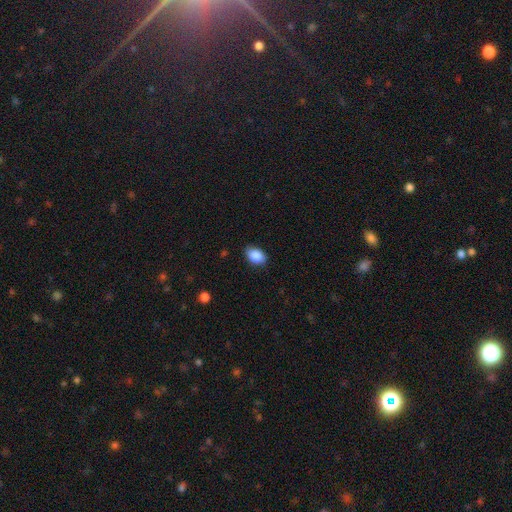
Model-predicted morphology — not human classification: A smooth galaxy with no disk features (88%) that is in between round and cigar-shaped (84%).

Vote fractions:
- Smooth or featured? smooth: 88% / star or artifact: 7% / featured or disk: 5%
- How rounded? in between: 84% / round: 15% / cigar-shaped: 1%
- Merging? none: 85% / minor disturbance: 12% / major disturbance: 2% / merger: 1%